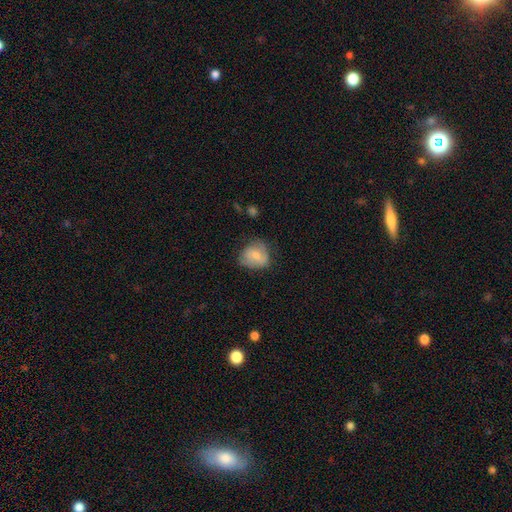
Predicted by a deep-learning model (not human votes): This appears to be a smooth galaxy with no disk features (61%) that is round (65%). Merging: none (59%).